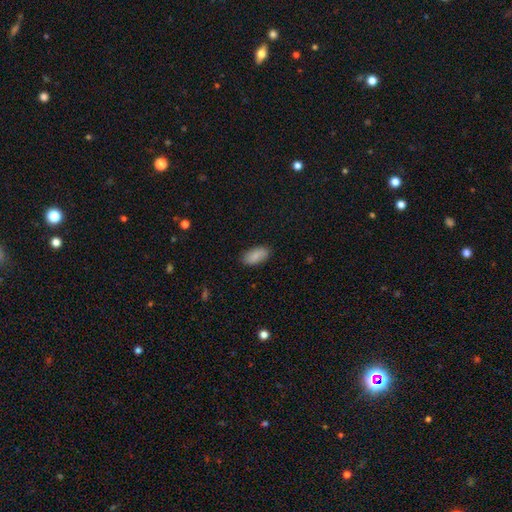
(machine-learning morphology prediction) Smooth or featured: smooth — 85% (featured or disk — 8%)
How rounded: in between — 92% (cigar-shaped — 5%)
Merging: none — 85% (minor disturbance — 11%)